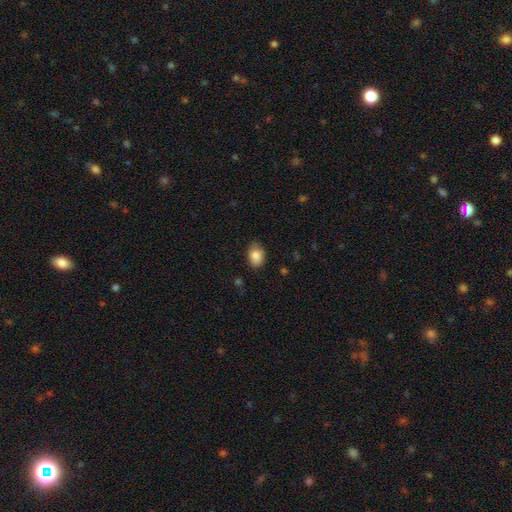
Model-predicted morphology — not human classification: A smooth galaxy with no disk features (86%) that is in between round and cigar-shaped (75%).

Vote fractions:
- Smooth or featured? smooth: 86% / star or artifact: 8% / featured or disk: 6%
- How rounded? in between: 75% / round: 24% / cigar-shaped: 1%
- Merging? none: 76% / minor disturbance: 19% / major disturbance: 3% / merger: 1%